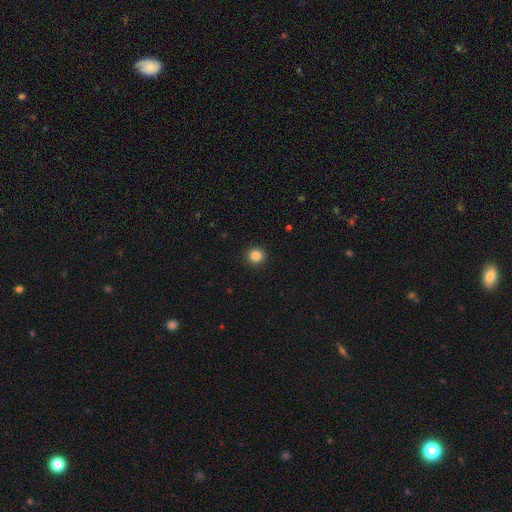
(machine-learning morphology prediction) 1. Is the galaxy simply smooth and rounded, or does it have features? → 86% smooth, 11% star or artifact, 4% featured or disk.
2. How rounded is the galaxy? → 94% round, 5% in between, 1% cigar-shaped.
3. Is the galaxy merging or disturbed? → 93% none, 5% minor disturbance, 2% major disturbance, 1% merger.